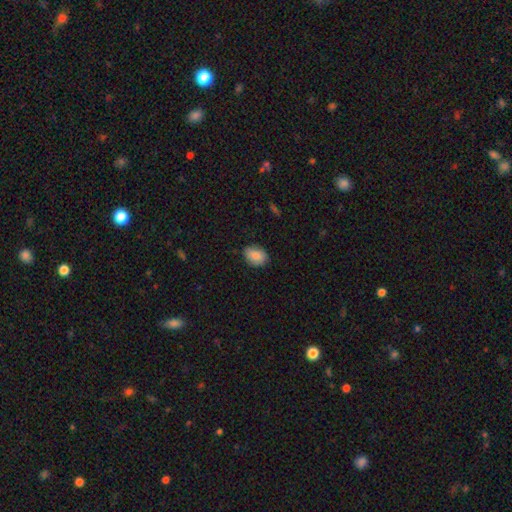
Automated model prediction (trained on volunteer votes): This appears to be a smooth galaxy with no disk features (84%) that is in between round and cigar-shaped (68%). Merging: none (82%).